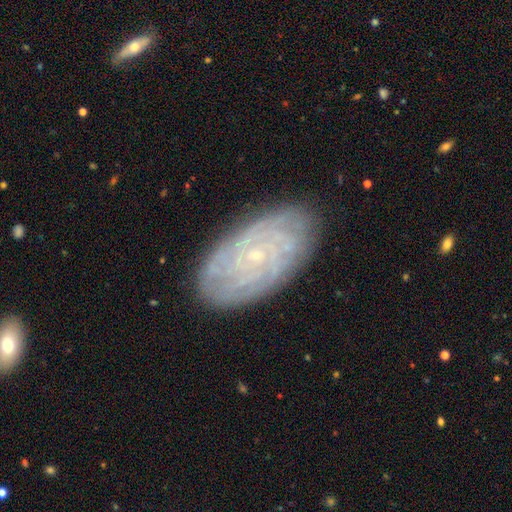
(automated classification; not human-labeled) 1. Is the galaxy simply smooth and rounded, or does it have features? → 76% featured or disk, 15% smooth, 9% star or artifact.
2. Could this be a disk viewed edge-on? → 95% no, 5% yes.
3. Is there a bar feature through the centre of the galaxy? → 78% no, 17% weak, 4% strong.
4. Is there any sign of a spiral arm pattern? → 93% yes, 7% no.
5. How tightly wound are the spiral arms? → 81% tight, 15% medium, 4% loose.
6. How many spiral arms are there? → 40% can't tell, 19% more than 4, 15% 4, 10% 3, 9% 2, 7% 1.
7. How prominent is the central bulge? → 87% small, 9% moderate, 2% none, 1% large, 1% dominant.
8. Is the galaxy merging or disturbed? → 85% none, 12% minor disturbance, 3% major disturbance, 1% merger.